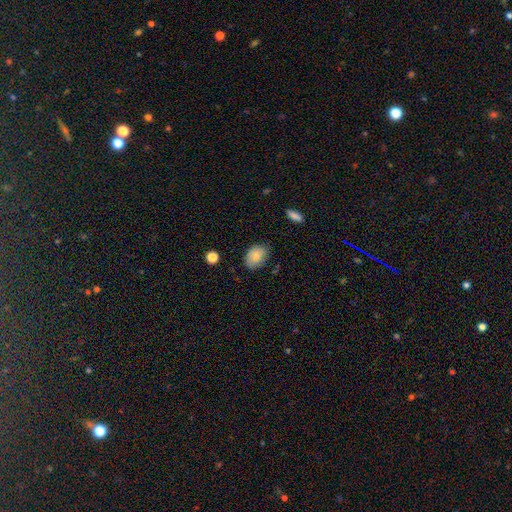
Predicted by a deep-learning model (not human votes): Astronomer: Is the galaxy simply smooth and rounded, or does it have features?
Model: smooth — 83%.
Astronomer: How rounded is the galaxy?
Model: in between — 77%.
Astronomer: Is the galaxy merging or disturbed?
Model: none — 76%.